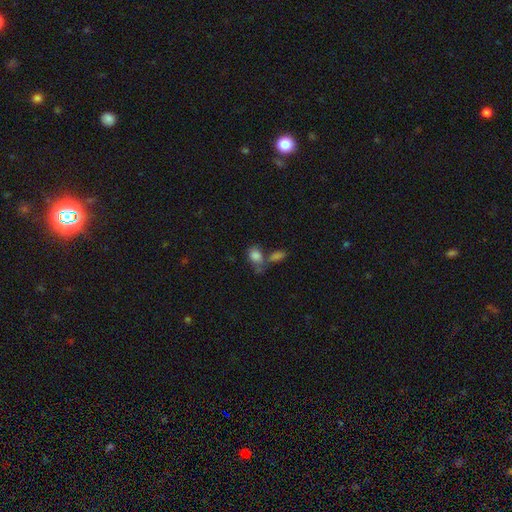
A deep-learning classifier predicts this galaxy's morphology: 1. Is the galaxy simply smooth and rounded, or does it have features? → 82% smooth, 10% star or artifact, 8% featured or disk.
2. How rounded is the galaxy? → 71% in between, 26% round, 2% cigar-shaped.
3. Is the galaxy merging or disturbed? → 42% merger, 36% none, 14% minor disturbance, 8% major disturbance.